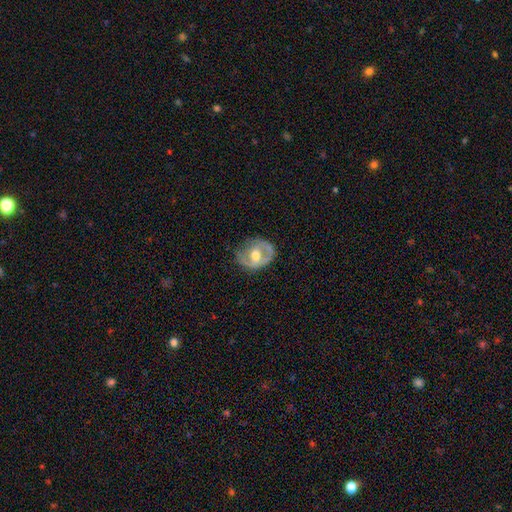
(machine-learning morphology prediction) Smooth or featured? featured or disk (64%)
Edge-on disk? no (95%)
Bar? no (44%)
Spiral arms? yes (51%)
Bulge size? moderate (74%)
Merging? none (63%)